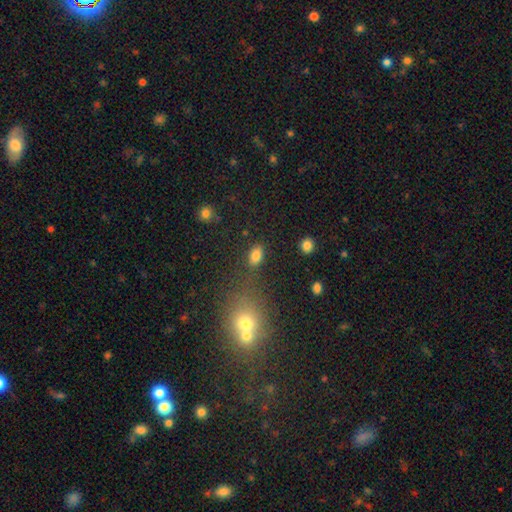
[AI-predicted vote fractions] Smooth or featured? Predicted: smooth (p=0.82). How rounded? Predicted: in between (p=0.87). Merging? Predicted: none (p=0.81).